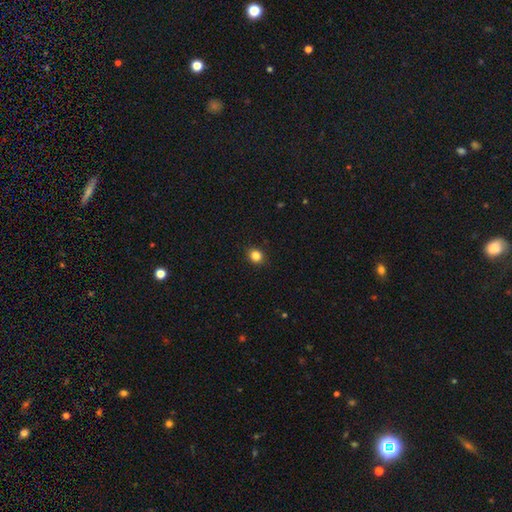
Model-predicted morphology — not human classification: This is clearly a smooth galaxy (85%). How rounded: likely round (72%). Merging: clearly none (90%).